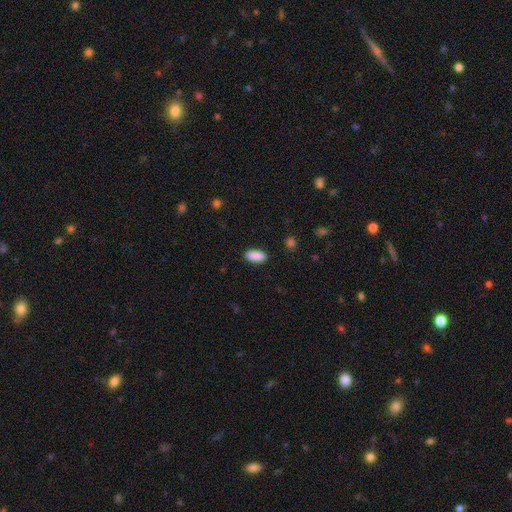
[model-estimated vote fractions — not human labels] This is clearly a smooth galaxy (90%). How rounded: clearly in between (86%). Merging: clearly none (88%).